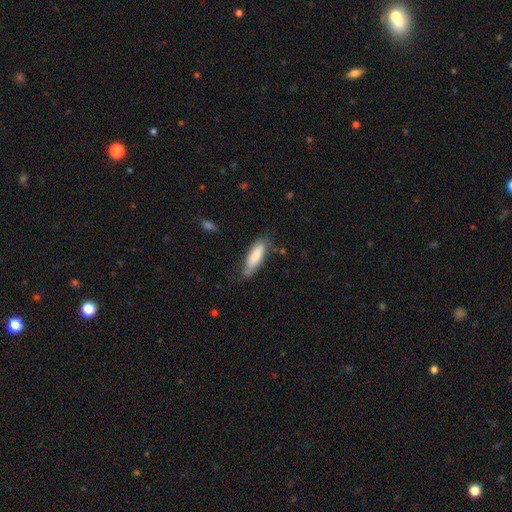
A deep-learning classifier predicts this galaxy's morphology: Smooth or featured? Predicted: smooth (p=0.80). How rounded? Predicted: in between (p=0.49, tied with cigar-shaped). Merging? Predicted: none (p=0.66).